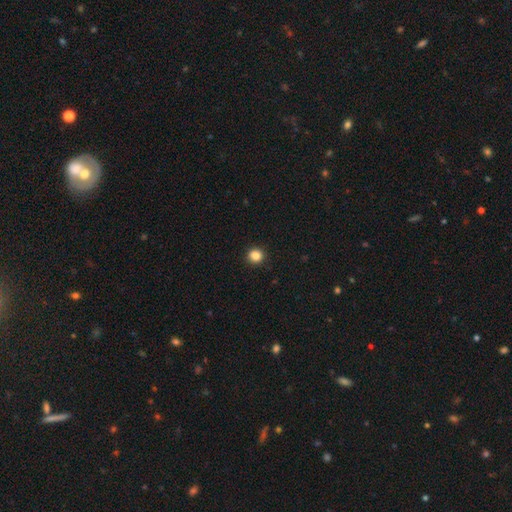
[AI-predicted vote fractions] Q: Smooth or featured?
A: smooth (85%); runner-up: star or artifact (11%)
Q: How rounded?
A: round (91%); runner-up: in between (8%)
Q: Merging?
A: none (92%); runner-up: minor disturbance (6%)